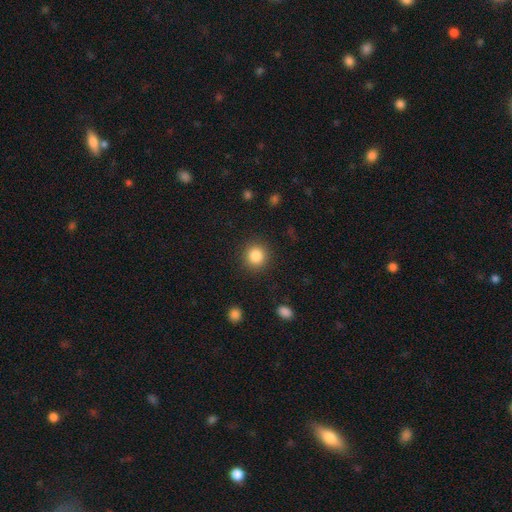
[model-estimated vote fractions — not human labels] This appears to be a smooth galaxy with no disk features (85%) that is round (91%). Merging: none (89%).